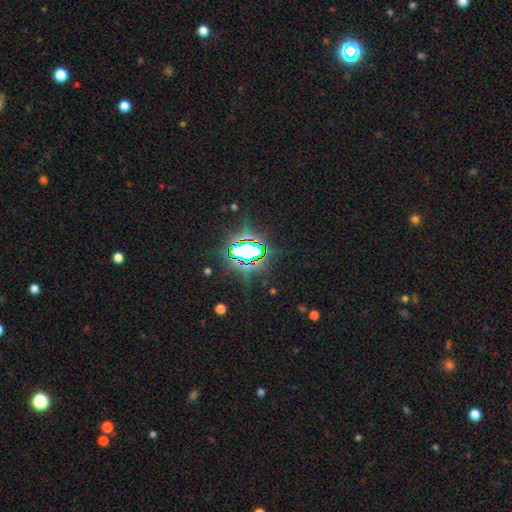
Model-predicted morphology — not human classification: A star or artifact, not a galaxy (75%).

Vote fractions:
- Smooth or featured? star or artifact: 75% / smooth: 14% / featured or disk: 10%